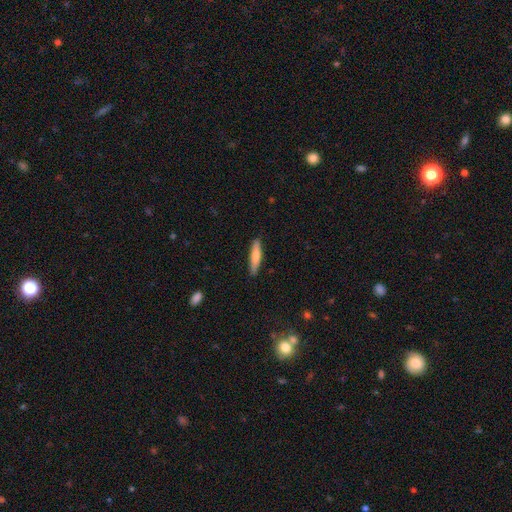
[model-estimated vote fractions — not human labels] Q: Smooth or featured?
A: smooth (71%); runner-up: featured or disk (23%)
Q: How rounded?
A: cigar-shaped (83%); runner-up: in between (15%)
Q: Merging?
A: none (88%); runner-up: minor disturbance (10%)